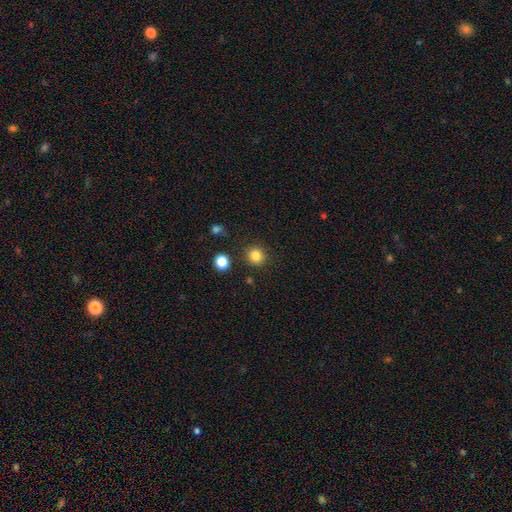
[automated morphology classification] smooth_or_featured: smooth (p=0.84) [alt: star or artifact p=0.11]
how_rounded: round (p=0.89) [alt: in between p=0.10]
merging: none (p=0.88) [alt: minor disturbance p=0.07]